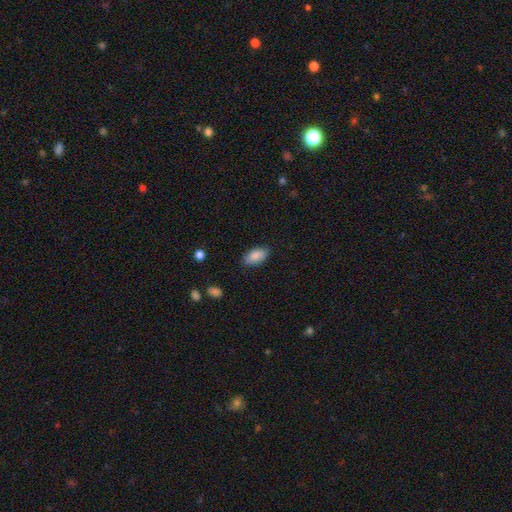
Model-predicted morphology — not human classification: smooth 87%, star or artifact 7%, featured or disk 6%. Down the decision tree: how rounded — in between (93%); merging — none (83%).